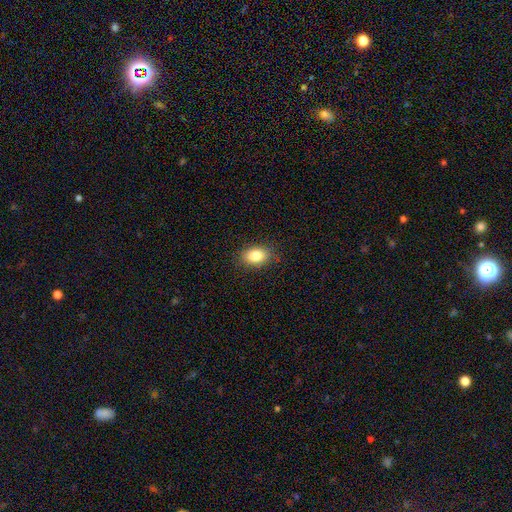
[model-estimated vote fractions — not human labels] A smooth galaxy with no disk features (83%) that is in between round and cigar-shaped (77%). Merging: none (85%).